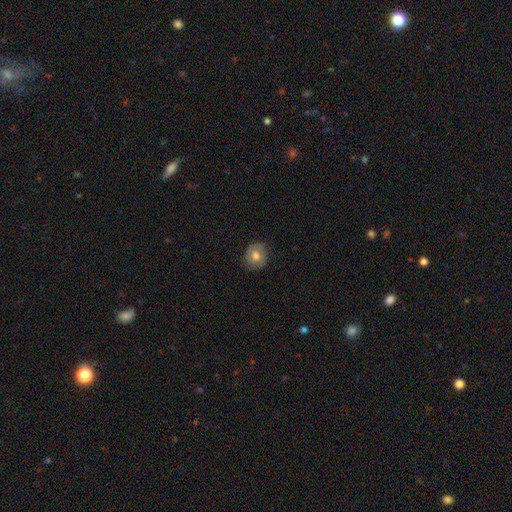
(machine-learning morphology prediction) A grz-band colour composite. It shows a smooth galaxy with no disk features (71%) that is round (76%). Merging: none (83%).